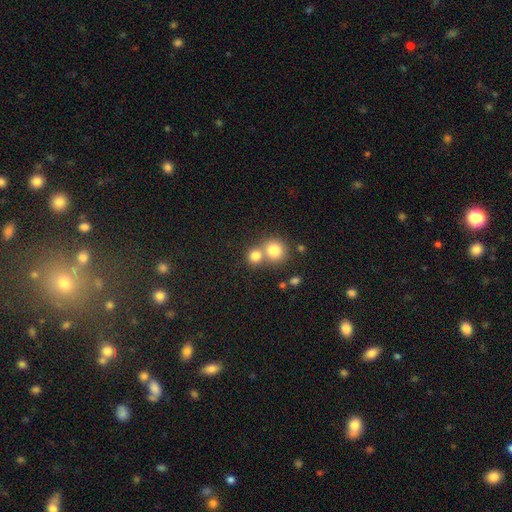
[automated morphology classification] A smooth galaxy with no disk features (80%) that is round (85%). Merging: merger (47%).